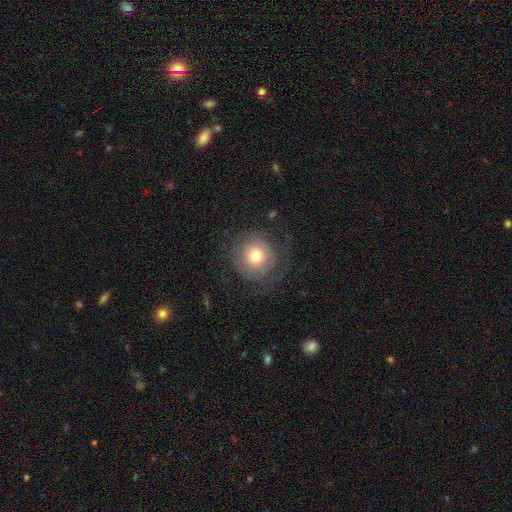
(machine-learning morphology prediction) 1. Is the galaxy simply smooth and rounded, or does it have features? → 57% smooth, 35% featured or disk, 8% star or artifact.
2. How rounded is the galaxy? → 93% round, 6% in between, 1% cigar-shaped.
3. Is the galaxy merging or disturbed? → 67% none, 16% major disturbance, 15% minor disturbance, 1% merger.